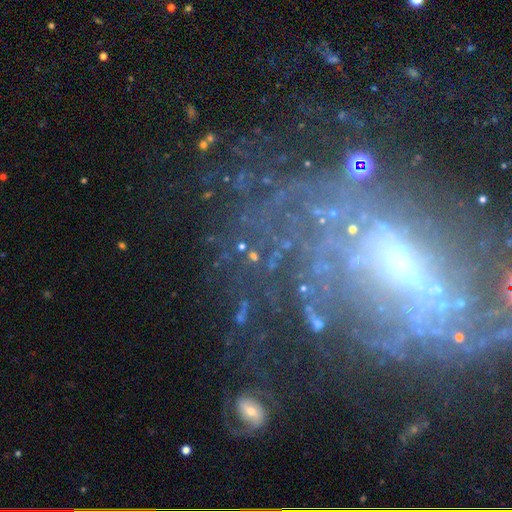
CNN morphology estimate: Smooth or featured? Predicted: featured or disk (p=0.74). Edge-on disk? Predicted: no (p=0.94). Bar? Predicted: no (p=0.39). Spiral arms? Predicted: yes (p=0.64). Bulge size? Predicted: small (p=0.37). Merging? Predicted: none (p=0.49).